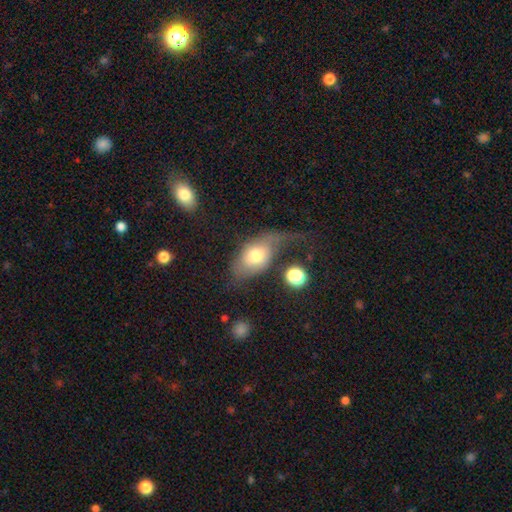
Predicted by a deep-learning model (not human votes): The model was most divided on "merging": major disturbance: 43%, none: 28%, minor disturbance: 22%, merger: 7%. More confident: how rounded — in between (81%); smooth or featured — smooth (62%).